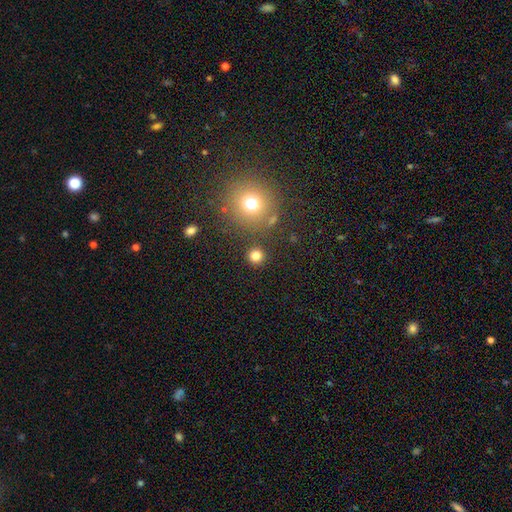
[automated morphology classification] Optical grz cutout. It shows a smooth galaxy with no disk features (79%) that is round (94%). Merging: none (87%).